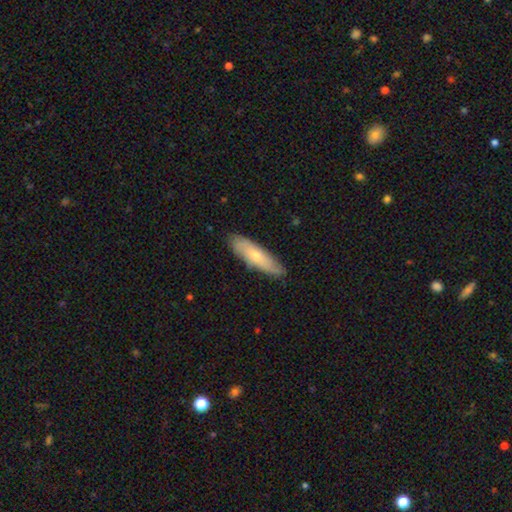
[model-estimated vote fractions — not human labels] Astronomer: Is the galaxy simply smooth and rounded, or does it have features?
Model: smooth — 59% (runner-up: featured or disk, 36%).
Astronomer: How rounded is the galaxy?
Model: cigar-shaped — 62%.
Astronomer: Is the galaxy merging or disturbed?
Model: none — 84%.